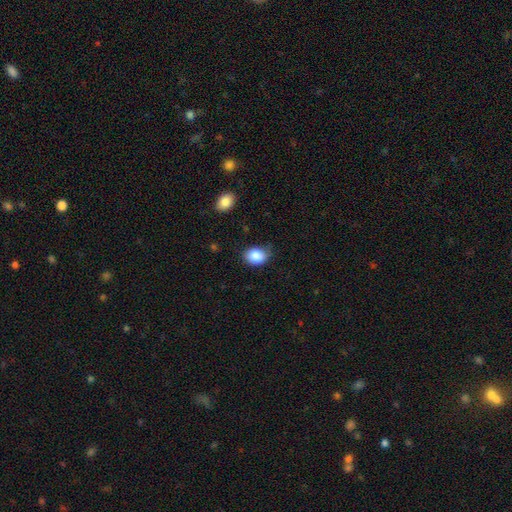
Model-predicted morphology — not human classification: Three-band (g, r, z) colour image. It shows a smooth galaxy with no disk features (86%) that is in between round and cigar-shaped (58%). Merging: none (66%).